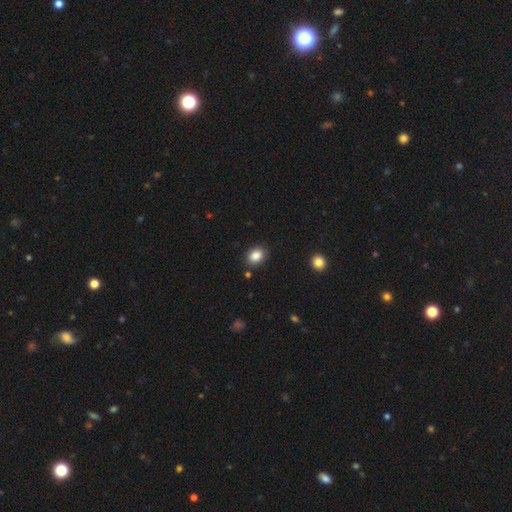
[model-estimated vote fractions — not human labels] Smooth or featured? Predicted: smooth (p=0.87). How rounded? Predicted: in between (p=0.63). Merging? Predicted: none (p=0.85).